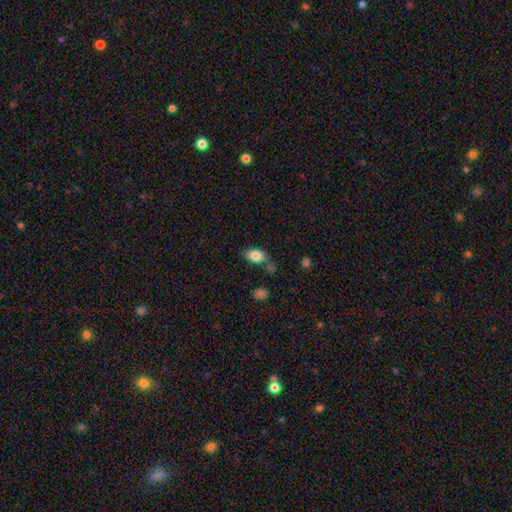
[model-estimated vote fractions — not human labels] A smooth galaxy with no disk features (83%) that is in between round and cigar-shaped (87%).

Vote fractions:
- Smooth or featured? smooth: 83% / featured or disk: 9% / star or artifact: 8%
- How rounded? in between: 87% / round: 11% / cigar-shaped: 2%
- Merging? none: 61% / minor disturbance: 21% / merger: 11% / major disturbance: 7%